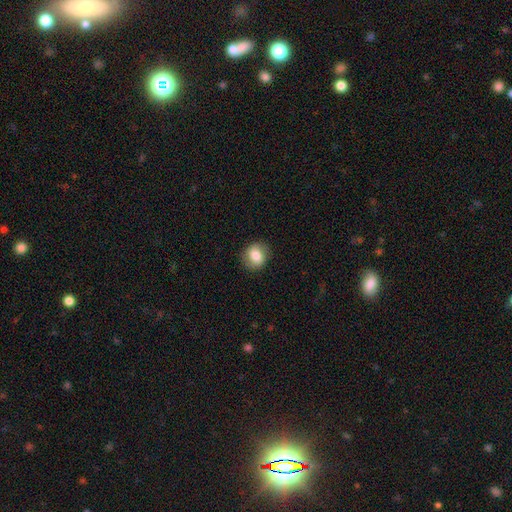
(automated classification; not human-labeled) Smooth or featured? Predicted: smooth (p=0.76). How rounded? Predicted: round (p=0.71). Merging? Predicted: none (p=0.84).